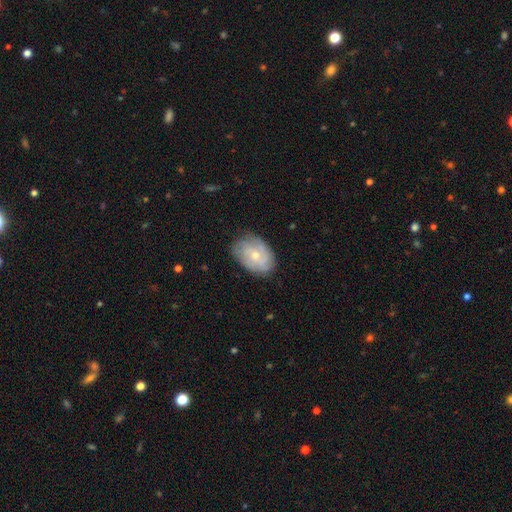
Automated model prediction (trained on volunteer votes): featured or disk 58%, smooth 35%, star or artifact 7%. Down the decision tree: edge-on disk — no (96%); bar — no (73%); spiral arms — yes (81%); bulge size — moderate (49%); merging — none (73%).